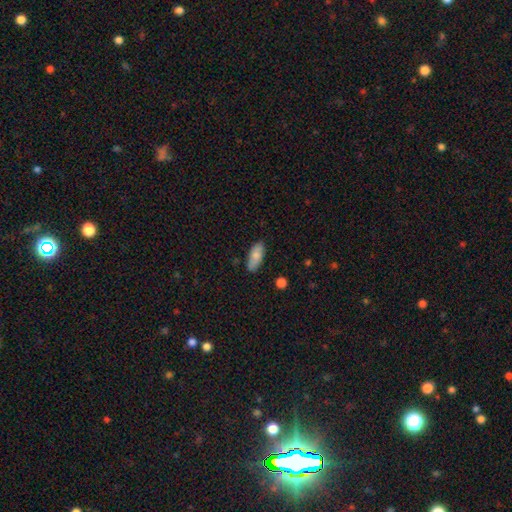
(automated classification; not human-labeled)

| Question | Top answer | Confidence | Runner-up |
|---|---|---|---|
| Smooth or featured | smooth | 81% | featured or disk (13%) |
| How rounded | in between | 83% | cigar-shaped (15%) |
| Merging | none | 82% | minor disturbance (14%) |